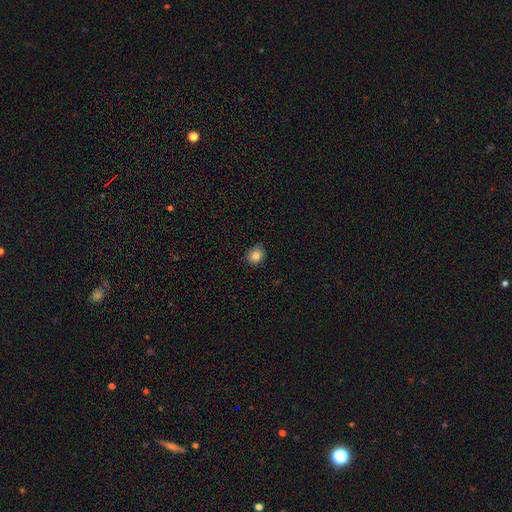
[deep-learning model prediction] A smooth galaxy with no disk features (84%) that is round (66%). Merging: none (81%).